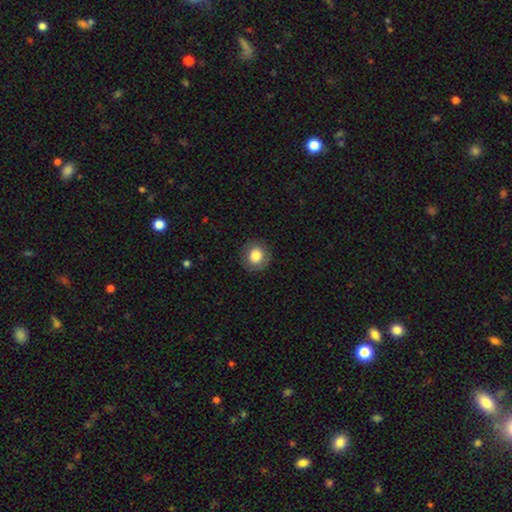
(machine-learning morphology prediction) A smooth galaxy with no disk features (81%) that is round (88%). Merging: none (88%).